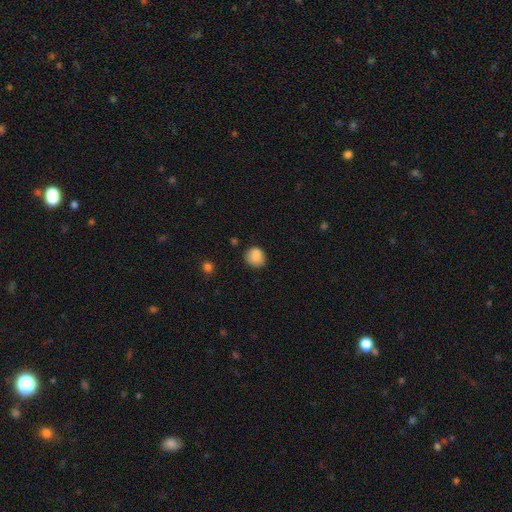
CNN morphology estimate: A smooth galaxy with no disk features (86%) that is round (84%).

Vote fractions:
- Smooth or featured? smooth: 86% / star or artifact: 9% / featured or disk: 5%
- How rounded? round: 84% / in between: 15% / cigar-shaped: 1%
- Merging? none: 77% / minor disturbance: 17% / major disturbance: 4% / merger: 2%